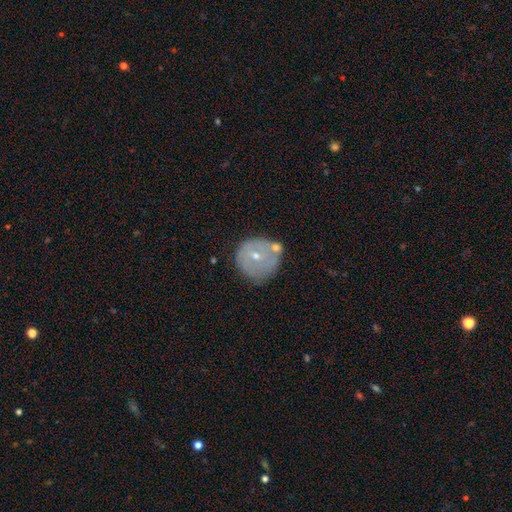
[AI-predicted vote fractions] featured or disk 48%, smooth 43%, star or artifact 8%. Down the decision tree: merging — none (61%).